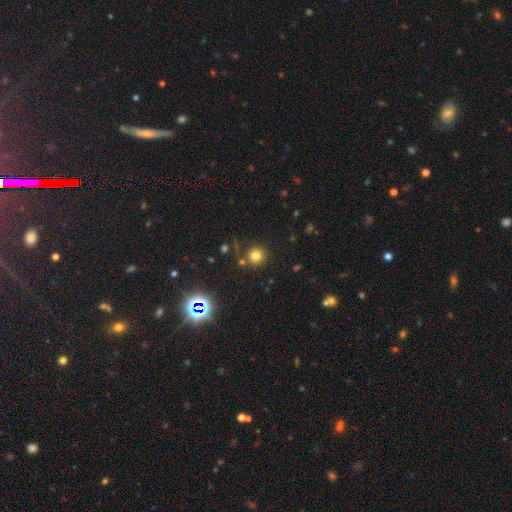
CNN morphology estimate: Q: Smooth or featured?
A: smooth (75%); runner-up: star or artifact (18%)
Q: How rounded?
A: round (94%); runner-up: in between (5%)
Q: Merging?
A: none (81%); runner-up: minor disturbance (8%)